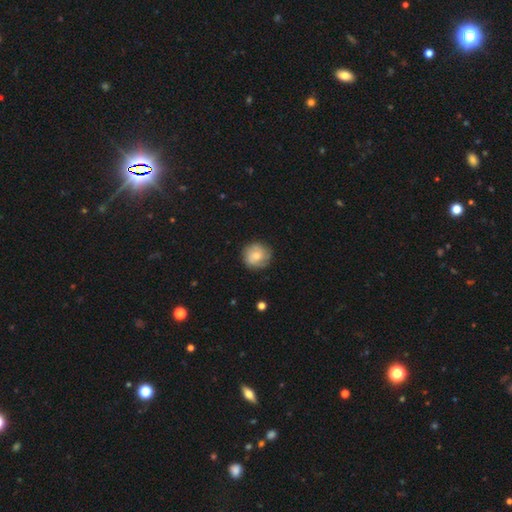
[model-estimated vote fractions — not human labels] A smooth galaxy with no disk features (59%) that is round (89%). Merging: none (81%).